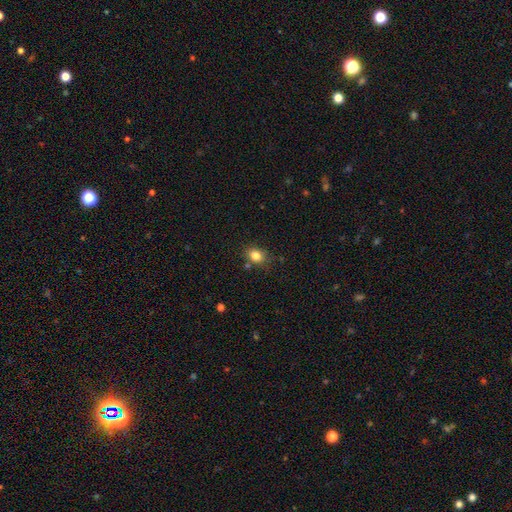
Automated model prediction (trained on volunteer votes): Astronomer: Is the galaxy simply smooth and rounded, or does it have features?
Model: smooth — 83%.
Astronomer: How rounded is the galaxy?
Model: in between — 50% (runner-up: round, 49%).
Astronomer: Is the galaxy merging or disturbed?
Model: none — 75%.